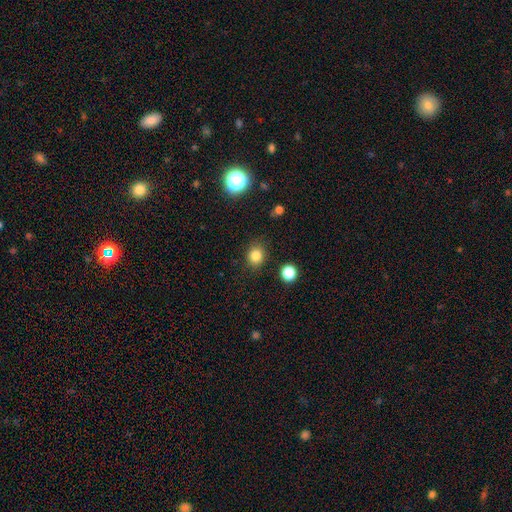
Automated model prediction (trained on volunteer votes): Smooth or featured: smooth — 82% (star or artifact — 13%)
How rounded: round — 72% (in between — 27%)
Merging: none — 86% (minor disturbance — 9%)